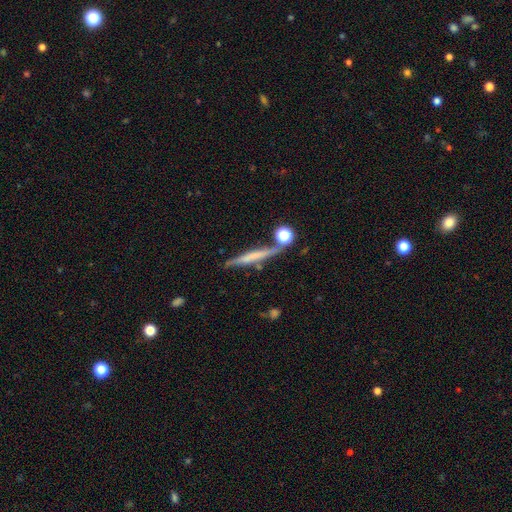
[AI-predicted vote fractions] Smooth or featured? Predicted: featured or disk (p=0.47). Merging? Predicted: none (p=0.73).